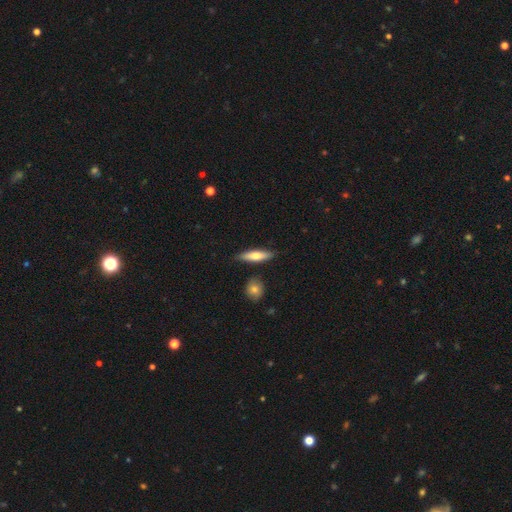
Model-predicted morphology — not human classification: smooth 65%, featured or disk 30%, star or artifact 6%. Down the decision tree: how rounded — cigar-shaped (68%); merging — none (84%).